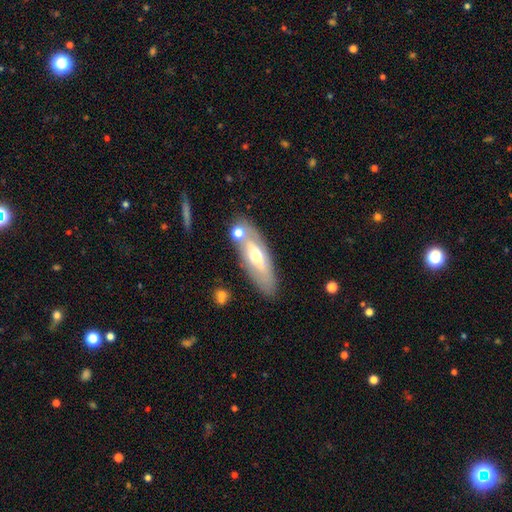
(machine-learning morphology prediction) This is possibly a featured or disk galaxy (49%). Merging: likely none (72%).